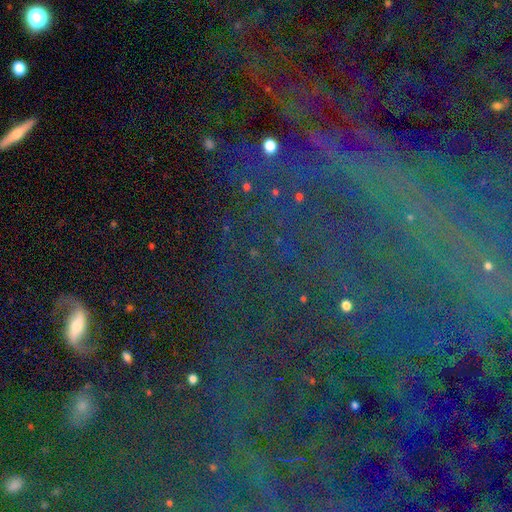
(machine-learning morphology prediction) Smooth or featured: star or artifact — 83% (smooth — 9%)